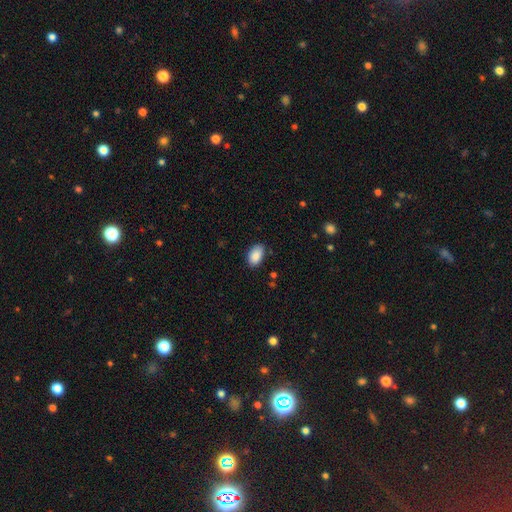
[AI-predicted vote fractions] Smooth or featured: smooth — 89% (star or artifact — 7%)
How rounded: in between — 93% (round — 6%)
Merging: none — 82% (minor disturbance — 14%)